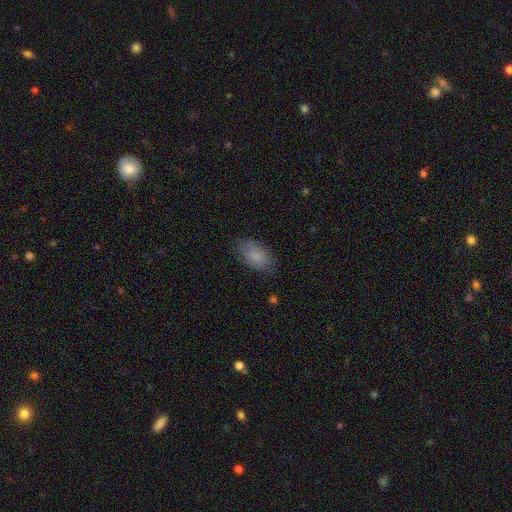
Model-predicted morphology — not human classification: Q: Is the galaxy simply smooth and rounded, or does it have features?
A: smooth — 84%.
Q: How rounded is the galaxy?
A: in between — 92%.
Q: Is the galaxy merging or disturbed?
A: none — 80%.